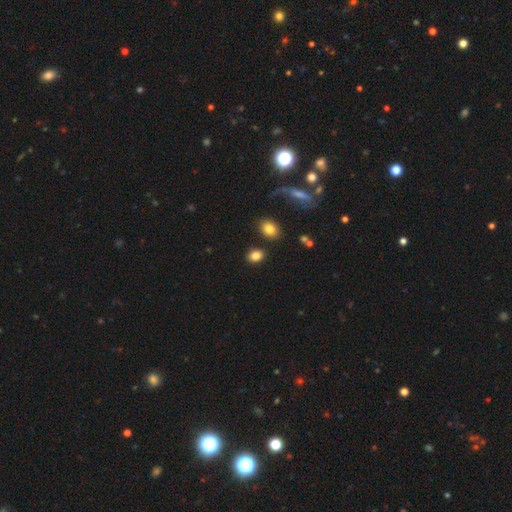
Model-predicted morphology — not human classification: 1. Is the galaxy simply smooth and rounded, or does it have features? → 84% smooth, 10% star or artifact, 5% featured or disk.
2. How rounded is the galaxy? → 65% in between, 34% round, 1% cigar-shaped.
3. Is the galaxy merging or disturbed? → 80% none, 10% minor disturbance, 6% merger, 3% major disturbance.